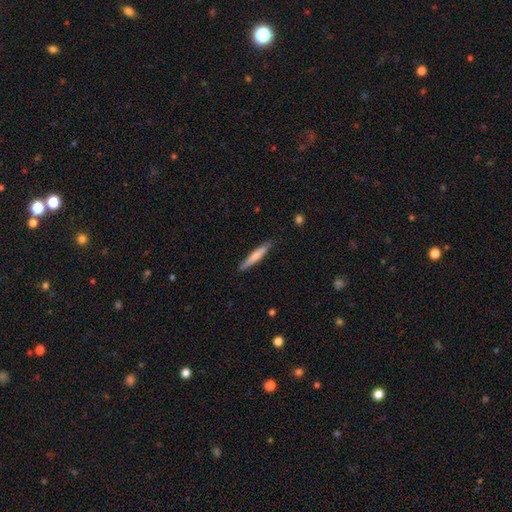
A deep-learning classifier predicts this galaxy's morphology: type=smooth (67%); roundness=cigar-shaped (93%); merging=none (87%).